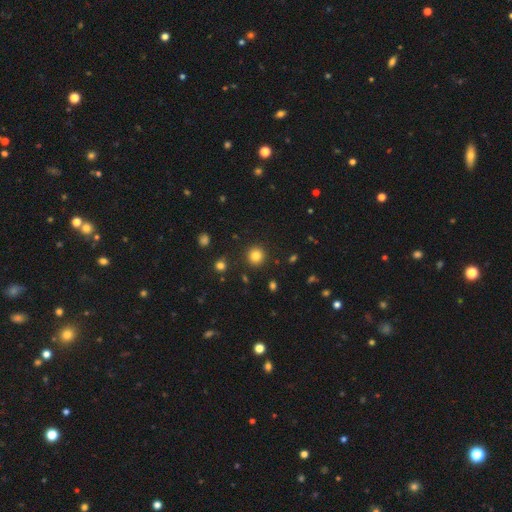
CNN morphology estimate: smooth 82%, star or artifact 13%, featured or disk 5%. Down the decision tree: how rounded — round (93%); merging — none (90%).